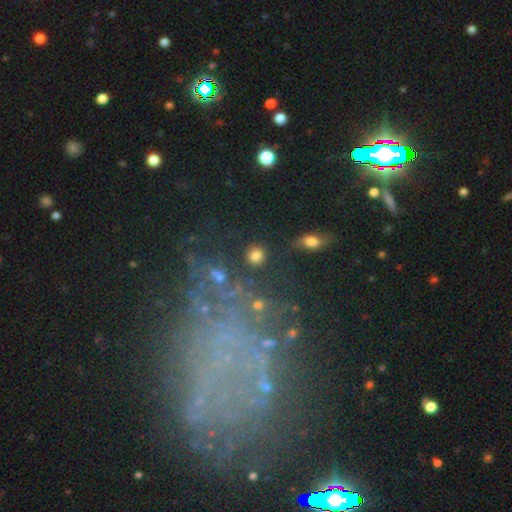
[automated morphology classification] Smooth or featured?
  - smooth: 80% *
  - star or artifact: 11%
  - featured or disk: 10%
How rounded?
  - round: 89% *
  - in between: 10%
  - cigar-shaped: 1%
Merging?
  - none: 84% *
  - minor disturbance: 8%
  - major disturbance: 4%
  - merger: 3%